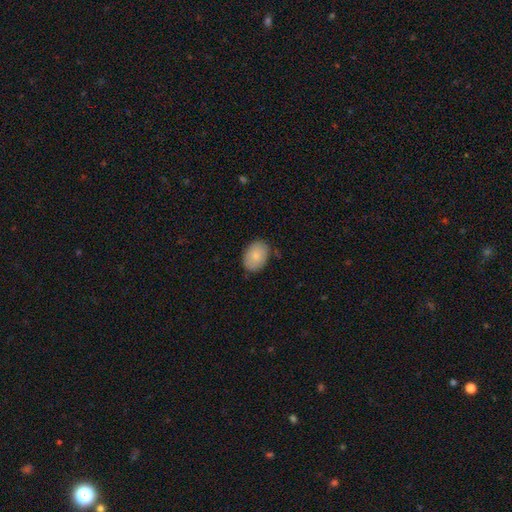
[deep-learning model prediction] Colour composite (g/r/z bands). It shows a smooth galaxy with no disk features (84%) that is in between round and cigar-shaped (80%). Merging: none (80%).